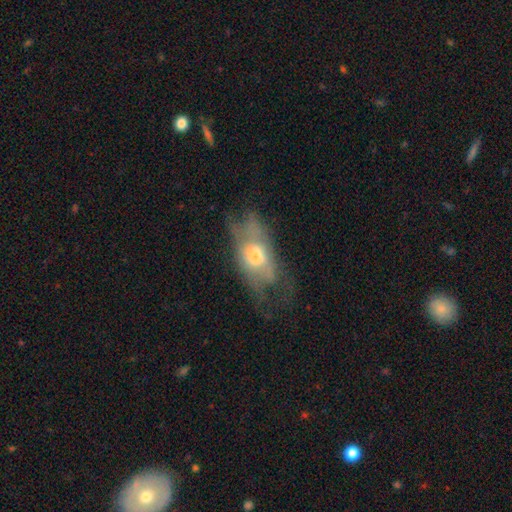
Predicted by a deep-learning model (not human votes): Smooth or featured?
  - featured or disk: 48% *
  - smooth: 43%
  - star or artifact: 8%
Merging?
  - none: 40% *
  - major disturbance: 31%
  - minor disturbance: 26%
  - merger: 3%